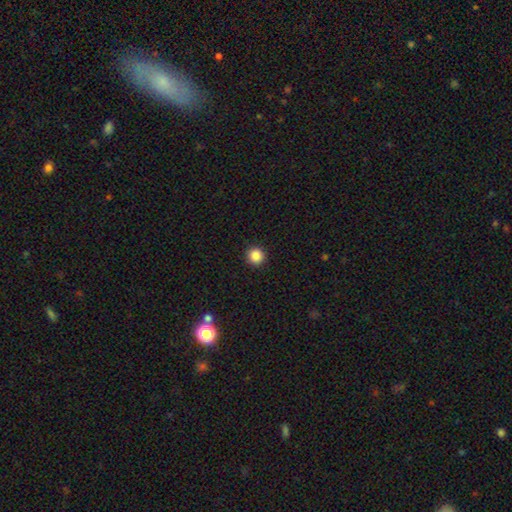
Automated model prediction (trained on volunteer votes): This is clearly a smooth galaxy (87%). How rounded: clearly round (94%). Merging: clearly none (93%).